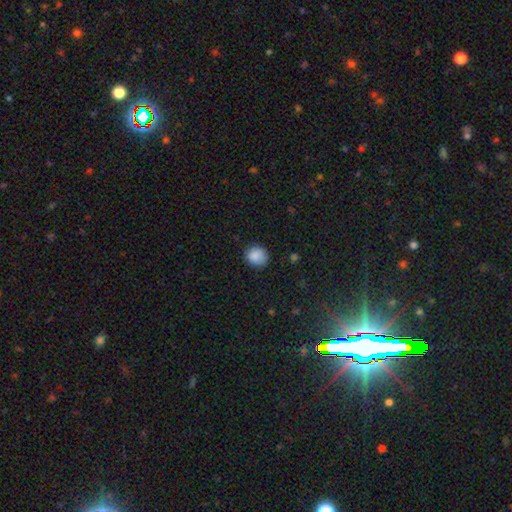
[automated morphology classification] type=smooth (88%); roundness=round (78%); merging=none (81%).